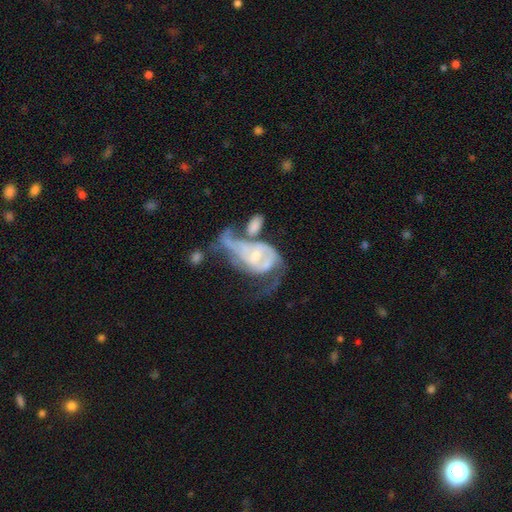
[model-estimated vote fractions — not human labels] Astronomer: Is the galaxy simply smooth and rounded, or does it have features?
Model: featured or disk — 74%.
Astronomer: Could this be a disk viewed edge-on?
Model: no — 95%.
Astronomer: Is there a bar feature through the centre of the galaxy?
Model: no — 62%.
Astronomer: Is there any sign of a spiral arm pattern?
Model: yes — 71%.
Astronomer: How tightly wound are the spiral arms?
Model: medium — 36%, tied with loose at 36%.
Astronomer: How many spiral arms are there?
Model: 2 — 46% (runner-up: can't tell, 30%).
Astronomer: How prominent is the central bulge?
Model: small — 48% (runner-up: moderate, 37%).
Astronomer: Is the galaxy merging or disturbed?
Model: merger — 40% (runner-up: major disturbance, 37%).